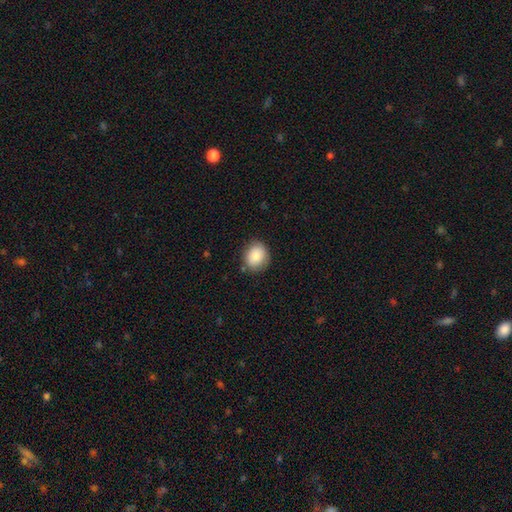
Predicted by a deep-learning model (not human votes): smooth-or-featured: smooth: 85% | star or artifact: 8% | featured or disk: 7%
  how-rounded: round: 70% | in between: 30% | cigar-shaped: 1%
  merging: none: 83% | minor disturbance: 13% | major disturbance: 3% | merger: 2%